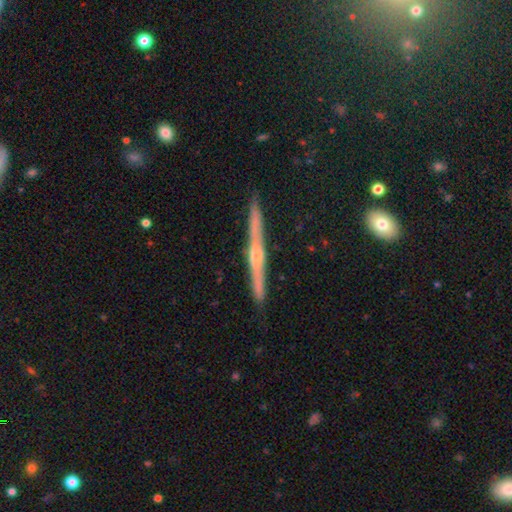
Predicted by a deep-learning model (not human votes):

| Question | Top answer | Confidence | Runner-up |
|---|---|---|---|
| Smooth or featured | featured or disk | 72% | smooth (22%) |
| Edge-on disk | yes | 98% | no (2%) |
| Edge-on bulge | rounded | 69% | none (23%) |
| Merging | none | 91% | minor disturbance (7%) |